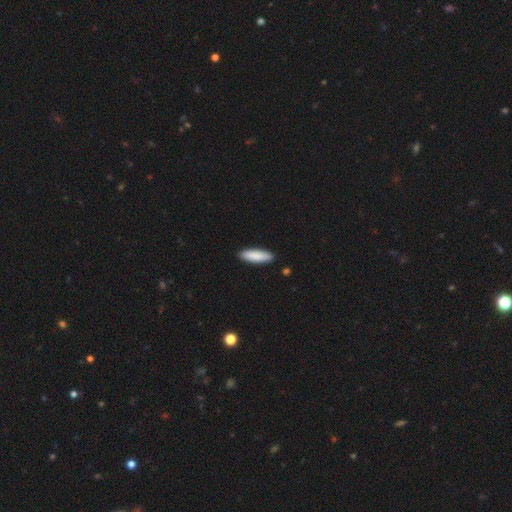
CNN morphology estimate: smooth 88%, featured or disk 7%, star or artifact 5%. Down the decision tree: how rounded — cigar-shaped (57%); merging — none (90%).